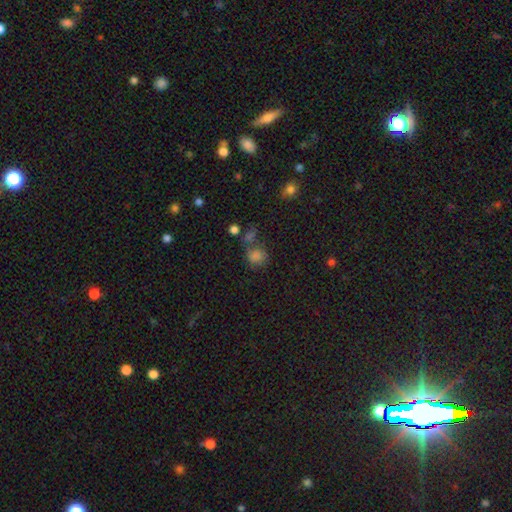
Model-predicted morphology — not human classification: Smooth or featured: smooth — 75% (star or artifact — 17%)
How rounded: round — 78% (in between — 21%)
Merging: none — 57% (merger — 20%)